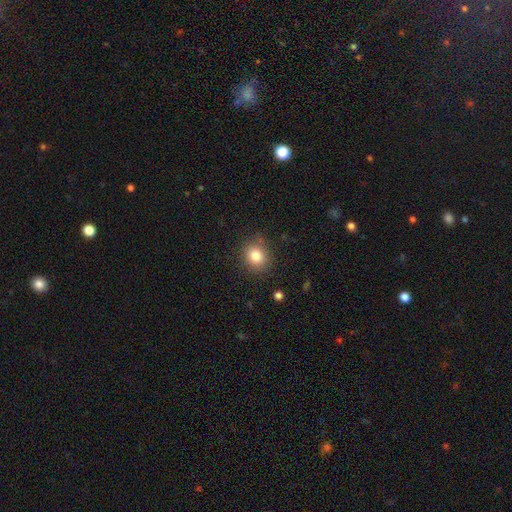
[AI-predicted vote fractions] Smooth or featured? Predicted: smooth (p=0.83). How rounded? Predicted: round (p=0.73). Merging? Predicted: none (p=0.82).